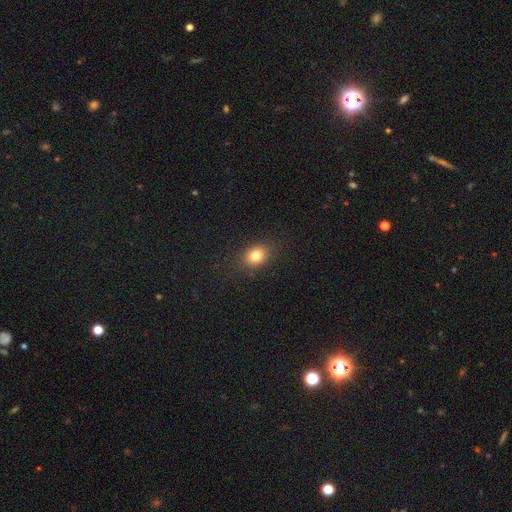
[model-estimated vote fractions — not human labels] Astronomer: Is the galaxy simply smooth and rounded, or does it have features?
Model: smooth — 80%.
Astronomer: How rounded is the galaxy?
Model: in between — 58% (runner-up: round, 41%).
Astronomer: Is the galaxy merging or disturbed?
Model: none — 85%.